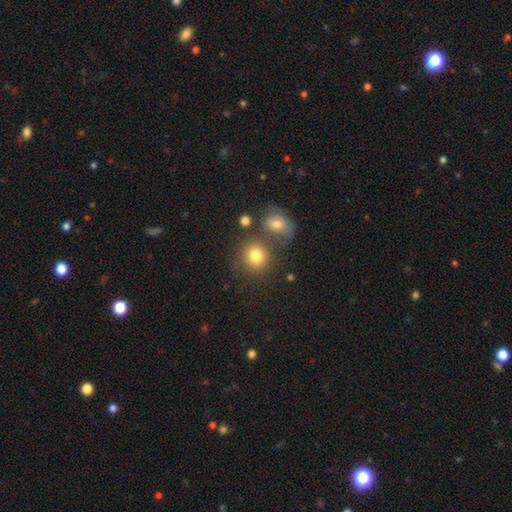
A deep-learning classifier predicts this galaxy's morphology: type=smooth (79%); roundness=round (79%); merging=none (64%).